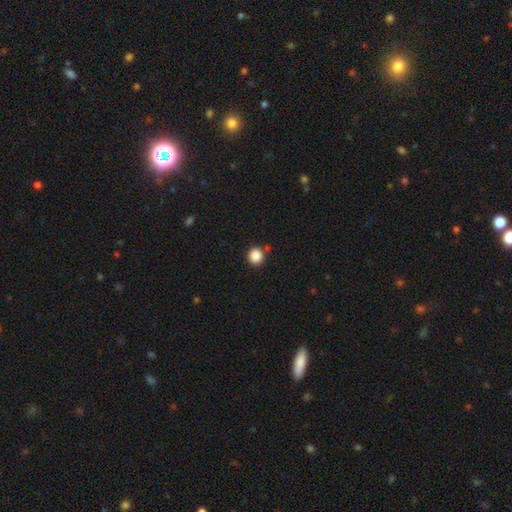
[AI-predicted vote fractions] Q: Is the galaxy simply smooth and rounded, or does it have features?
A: smooth — 87%.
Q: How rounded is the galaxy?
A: round — 90%.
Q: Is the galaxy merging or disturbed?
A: none — 83%.